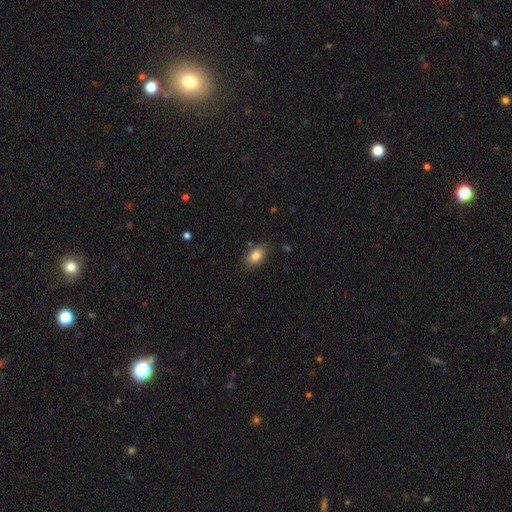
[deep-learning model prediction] Smooth or featured: smooth — 84% (featured or disk — 8%)
How rounded: in between — 87% (round — 11%)
Merging: none — 80% (minor disturbance — 15%)